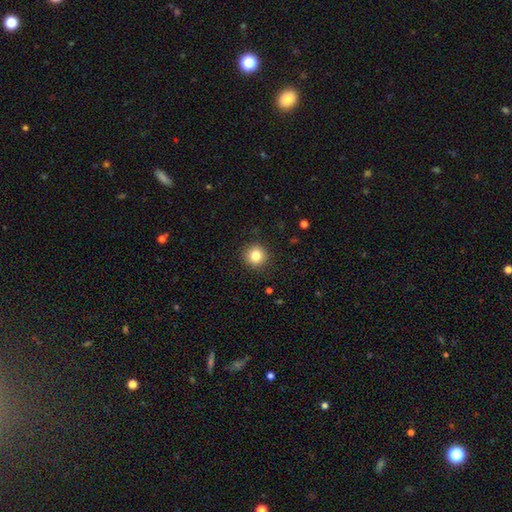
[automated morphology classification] Smooth or featured?
  - smooth: 83% *
  - star or artifact: 11%
  - featured or disk: 7%
How rounded?
  - round: 94% *
  - in between: 5%
  - cigar-shaped: 1%
Merging?
  - none: 92% *
  - minor disturbance: 5%
  - major disturbance: 2%
  - merger: 1%